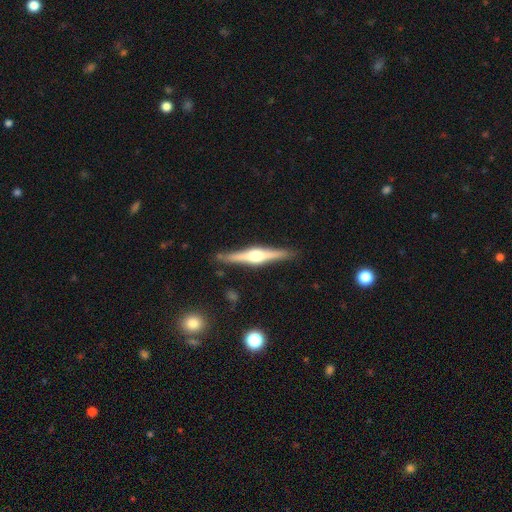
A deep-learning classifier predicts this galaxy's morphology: Overall: featured or disk (76%). Edge-on disk: yes (98%). Edge-on bulge: rounded (91%). Merging: none (88%).